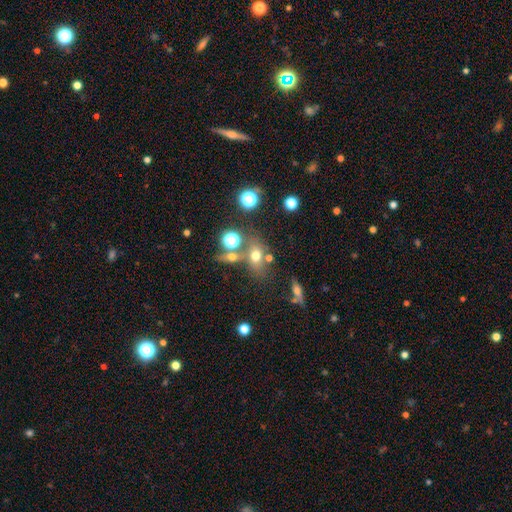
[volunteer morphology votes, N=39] type=smooth (72%); roundness=in between (61%); merging=none (67%).